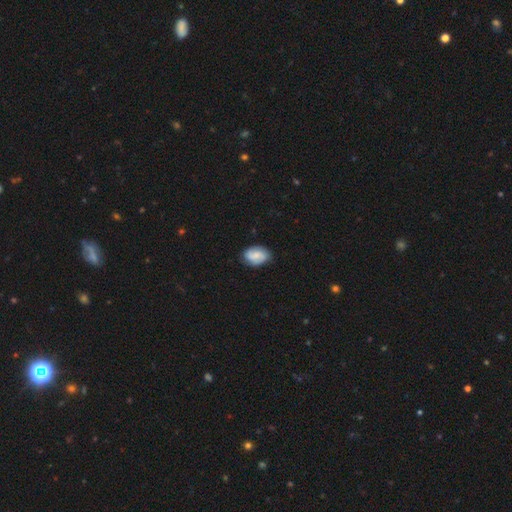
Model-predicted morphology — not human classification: Q: Smooth or featured?
A: smooth (58%); runner-up: featured or disk (34%)
Q: How rounded?
A: in between (81%); runner-up: round (17%)
Q: Merging?
A: none (79%); runner-up: minor disturbance (16%)